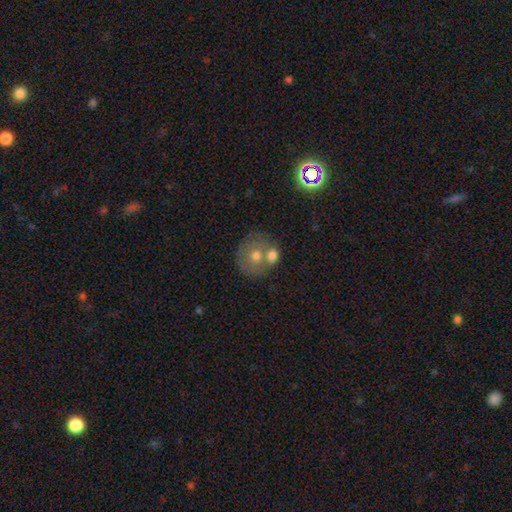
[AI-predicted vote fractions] Smooth or featured?
  - smooth: 59% *
  - featured or disk: 29%
  - star or artifact: 12%
How rounded?
  - round: 83% *
  - in between: 17%
  - cigar-shaped: 1%
Merging?
  - none: 47% *
  - merger: 39%
  - minor disturbance: 10%
  - major disturbance: 4%